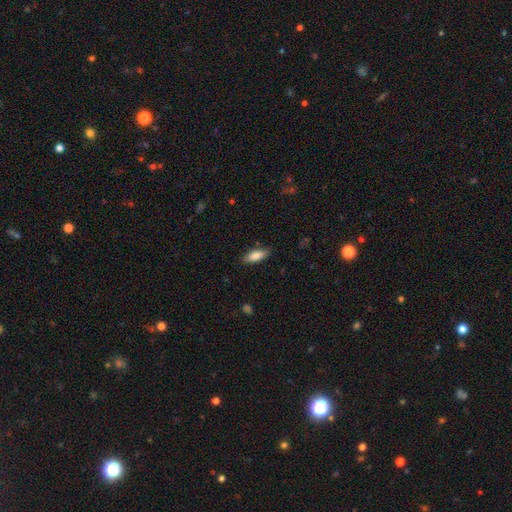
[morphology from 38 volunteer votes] Q: Smooth or featured?
A: smooth (84%); runner-up: featured or disk (8%)
Q: How rounded?
A: in between (66%); runner-up: cigar-shaped (34%)
Q: Merging?
A: none (89%); runner-up: minor disturbance (11%)